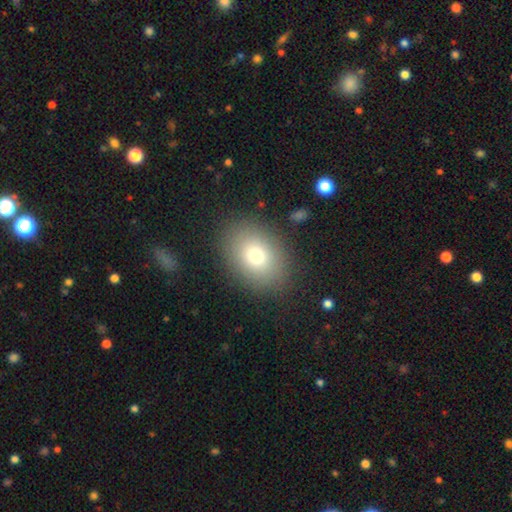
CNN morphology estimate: Smooth or featured? smooth (76%)
How rounded? in between (66%)
Merging? none (85%)